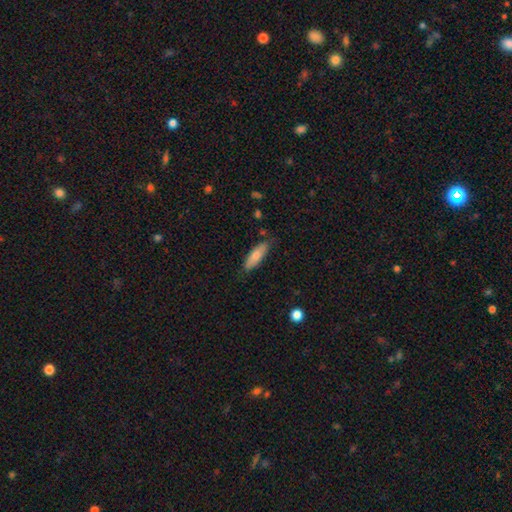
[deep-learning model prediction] A smooth galaxy with no disk features (75%) that is in between round and cigar-shaped (51%). Merging: none (81%).